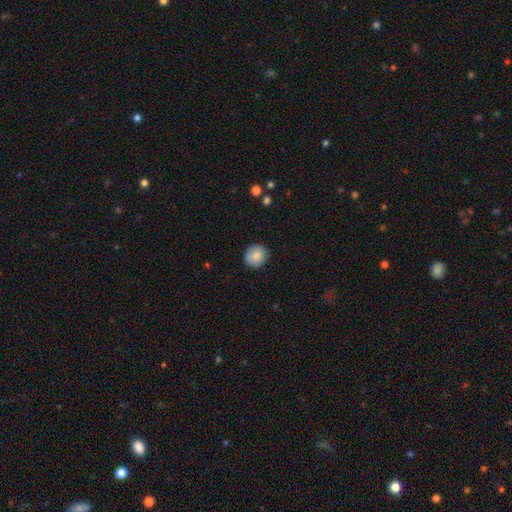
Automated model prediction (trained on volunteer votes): The model was most divided on "smooth or featured": smooth: 85%, featured or disk: 8%, star or artifact: 8%. More confident: how rounded — round (88%); merging — none (87%).